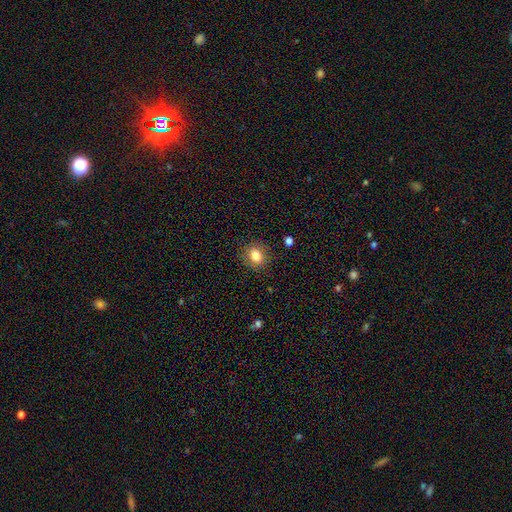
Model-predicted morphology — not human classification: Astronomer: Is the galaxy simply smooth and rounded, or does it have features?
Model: smooth — 82%.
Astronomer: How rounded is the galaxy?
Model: round — 58% (runner-up: in between, 41%).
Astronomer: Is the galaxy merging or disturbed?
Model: none — 86%.